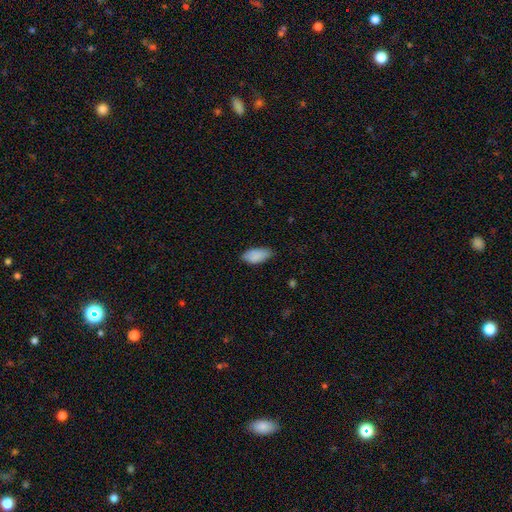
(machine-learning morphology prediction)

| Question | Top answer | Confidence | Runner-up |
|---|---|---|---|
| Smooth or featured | smooth | 88% | star or artifact (7%) |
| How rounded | in between | 93% | cigar-shaped (5%) |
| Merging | none | 75% | minor disturbance (21%) |